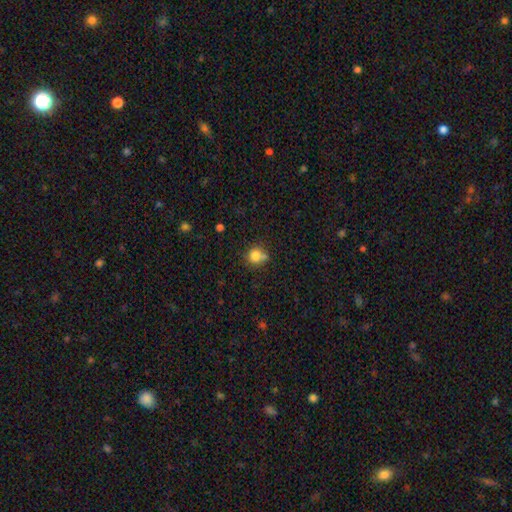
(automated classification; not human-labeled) Smooth or featured? smooth (81%)
How rounded? round (88%)
Merging? none (62%)